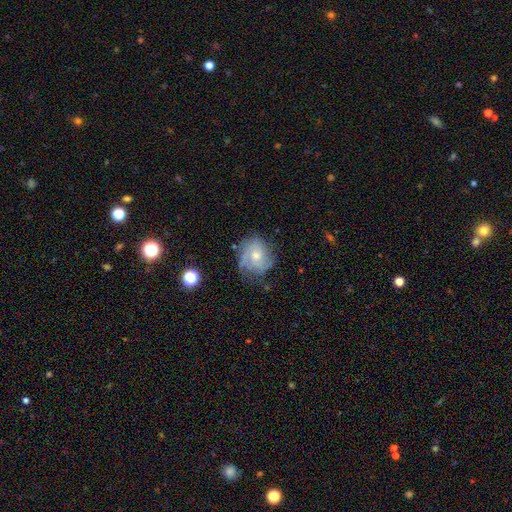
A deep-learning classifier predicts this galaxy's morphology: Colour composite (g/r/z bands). It shows a featured or disk galaxy (64%) with no bar (75%), tight (48%) spiral arms (82%) and a moderate central bulge (59%). Merging: none (57%).